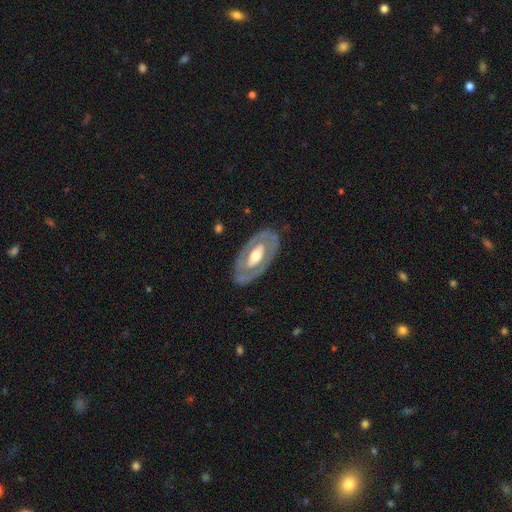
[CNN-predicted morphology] Smooth or featured? Predicted: featured or disk (p=0.69). Edge-on disk? Predicted: no (p=0.89). Bar? Predicted: no (p=0.62). Spiral arms? Predicted: no (p=0.75). Bulge size? Predicted: moderate (p=0.65). Merging? Predicted: none (p=0.81).